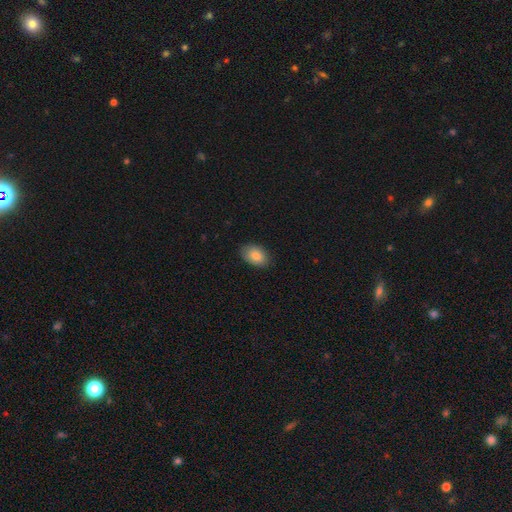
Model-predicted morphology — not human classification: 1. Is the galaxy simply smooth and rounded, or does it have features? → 85% smooth, 9% featured or disk, 7% star or artifact.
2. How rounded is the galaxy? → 89% in between, 10% round, 1% cigar-shaped.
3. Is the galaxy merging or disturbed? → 86% none, 11% minor disturbance, 2% major disturbance, 1% merger.